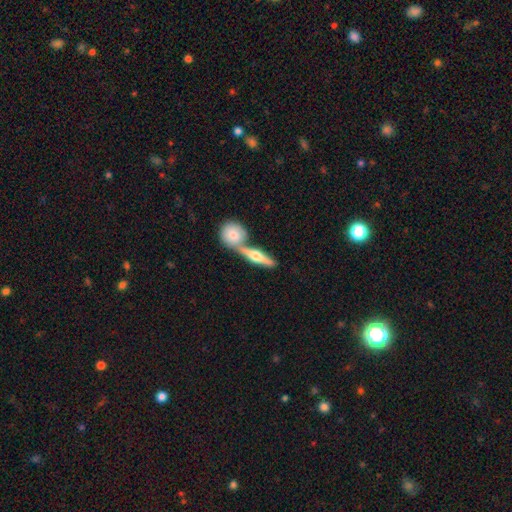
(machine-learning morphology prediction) smooth-or-featured: featured or disk: 57% | smooth: 37% | star or artifact: 6%
  disk-edge-on: yes: 92% | no: 8%
    edge-on-bulge: rounded: 94% | boxy: 4% | none: 3%
  merging: none: 55% | merger: 35% | minor disturbance: 8% | major disturbance: 3%